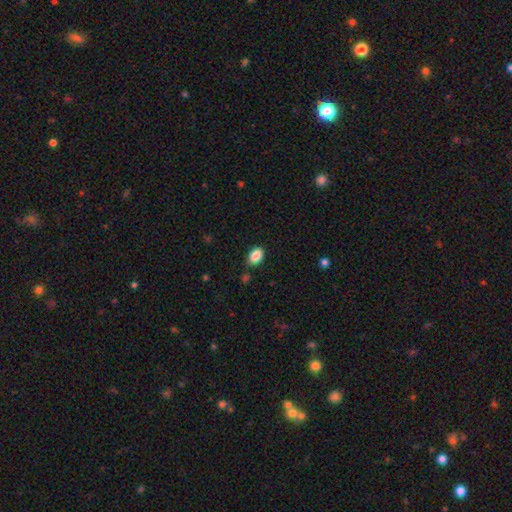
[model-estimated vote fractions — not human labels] A smooth galaxy with no disk features (87%) that is in between round and cigar-shaped (88%). Merging: none (85%).